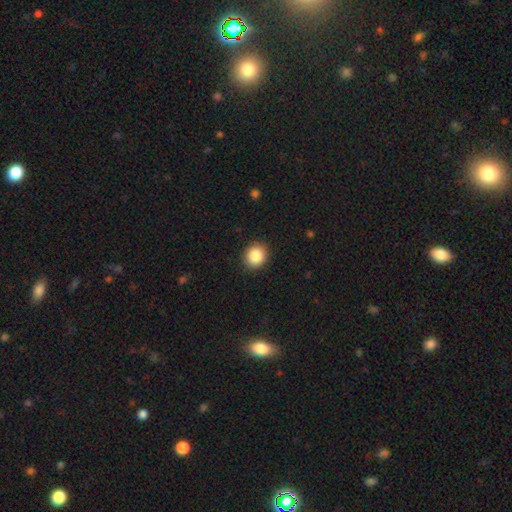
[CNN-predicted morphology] A smooth galaxy with no disk features (86%) that is round (78%).

Vote fractions:
- Smooth or featured? smooth: 86% / star or artifact: 9% / featured or disk: 5%
- How rounded? round: 78% / in between: 21% / cigar-shaped: 1%
- Merging? none: 90% / minor disturbance: 7% / major disturbance: 2% / merger: 1%